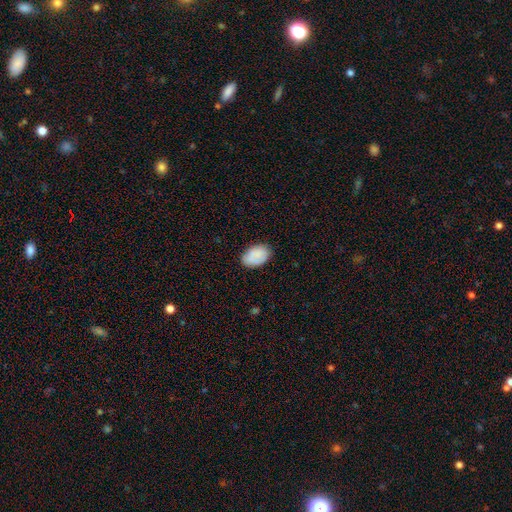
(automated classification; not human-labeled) Morphology: type=smooth (85%); roundness=in between (90%); merging=none (81%).